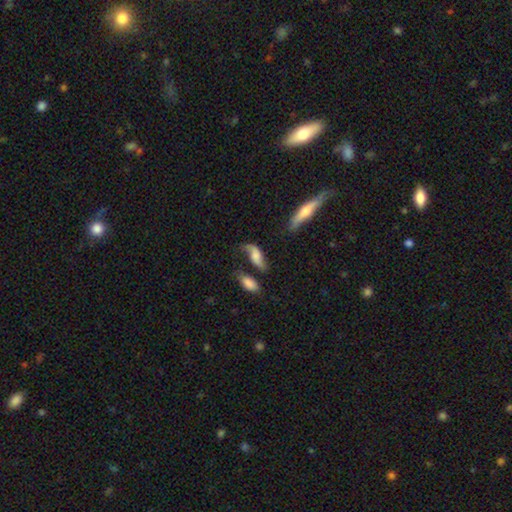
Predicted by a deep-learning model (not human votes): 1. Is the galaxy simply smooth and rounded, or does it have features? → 50% featured or disk, 42% smooth, 9% star or artifact.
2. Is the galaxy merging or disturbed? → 44% none, 26% minor disturbance, 16% major disturbance, 14% merger.